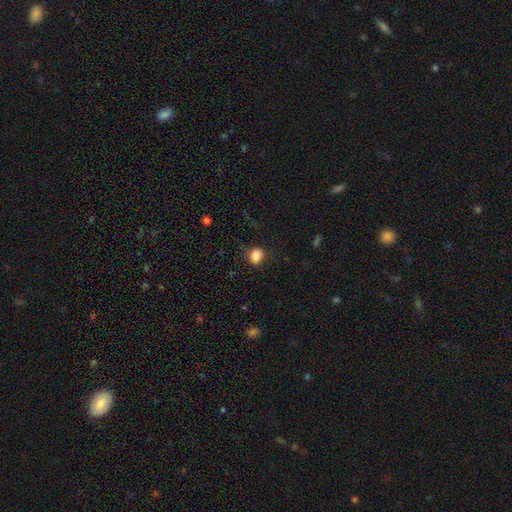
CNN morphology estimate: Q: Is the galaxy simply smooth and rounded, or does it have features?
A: smooth — 85%.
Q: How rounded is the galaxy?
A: round — 58%.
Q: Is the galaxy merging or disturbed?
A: none — 71%.